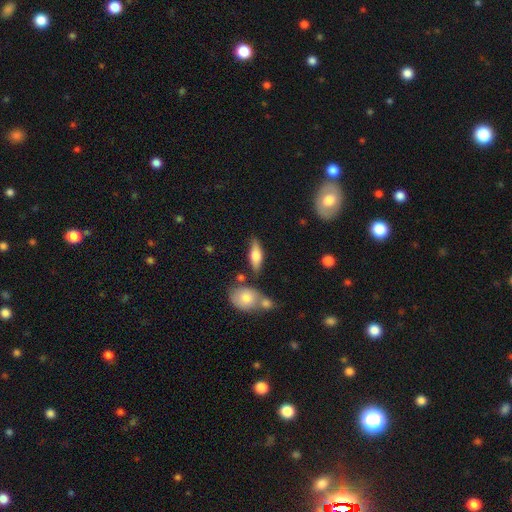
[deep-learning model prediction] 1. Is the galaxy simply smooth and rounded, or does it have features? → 53% smooth, 40% featured or disk, 7% star or artifact.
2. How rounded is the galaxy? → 60% in between, 36% cigar-shaped, 4% round.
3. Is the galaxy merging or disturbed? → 75% none, 14% minor disturbance, 7% merger, 4% major disturbance.